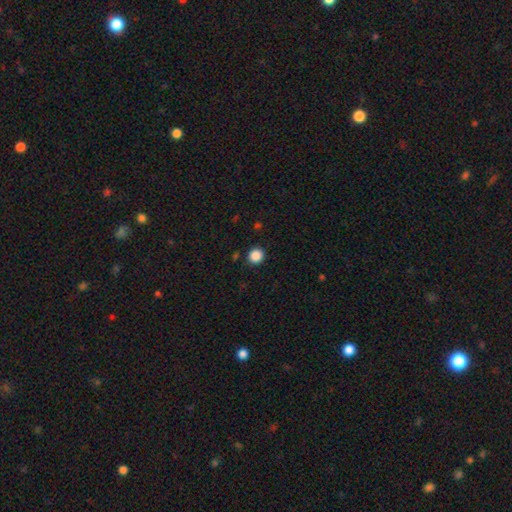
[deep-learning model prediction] A smooth galaxy with no disk features (87%) that is round (93%). Merging: none (92%).